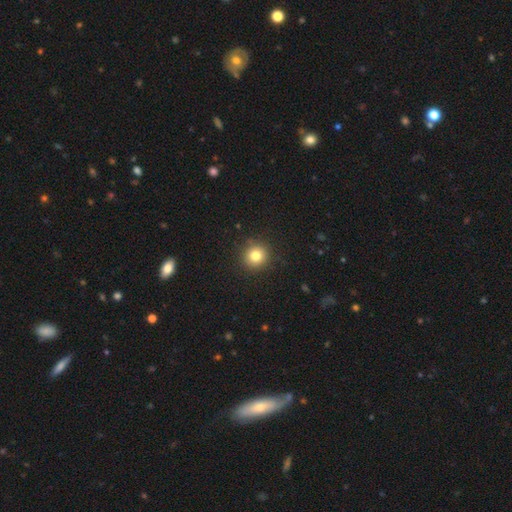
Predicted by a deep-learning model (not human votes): Smooth or featured? smooth (81%)
How rounded? round (91%)
Merging? none (90%)